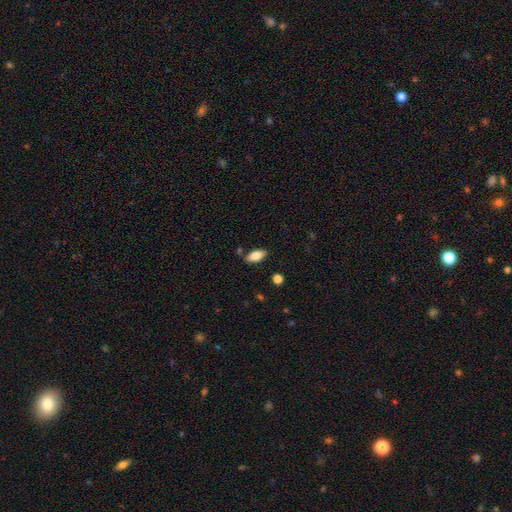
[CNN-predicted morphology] This appears to be a smooth galaxy with no disk features (81%) that is in between round and cigar-shaped (87%). Merging: none (83%).